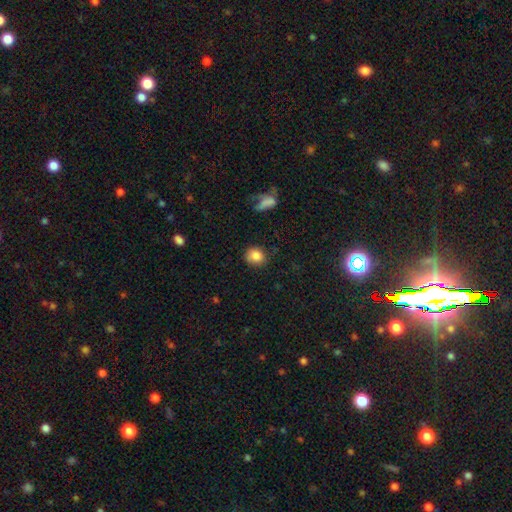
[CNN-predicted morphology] Smooth or featured: smooth — 85% (star or artifact — 9%)
How rounded: round — 76% (in between — 23%)
Merging: none — 82% (minor disturbance — 13%)